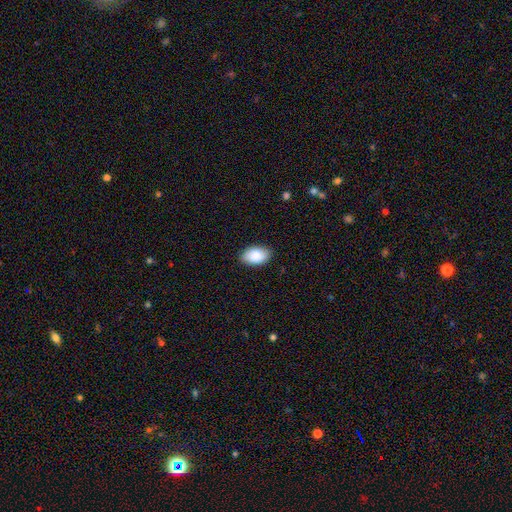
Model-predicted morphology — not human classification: Smooth or featured? smooth (90%)
How rounded? in between (93%)
Merging? none (86%)